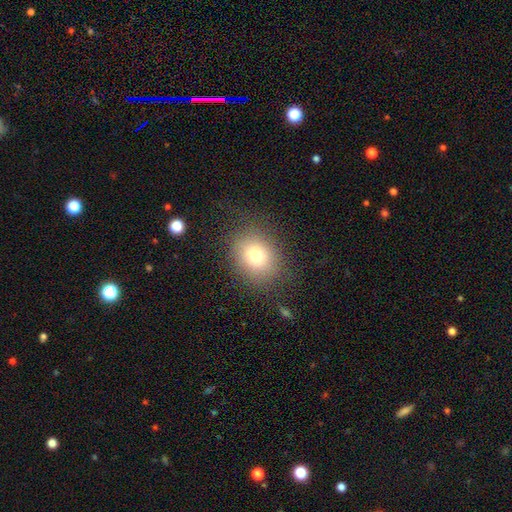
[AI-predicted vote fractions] A smooth galaxy with no disk features (77%) that is round (59%).

Vote fractions:
- Smooth or featured? smooth: 77% / star or artifact: 12% / featured or disk: 11%
- How rounded? round: 59% / in between: 40% / cigar-shaped: 1%
- Merging? none: 79% / minor disturbance: 13% / major disturbance: 6% / merger: 2%